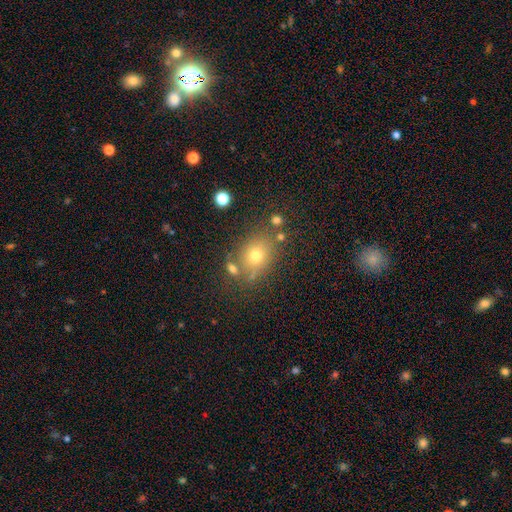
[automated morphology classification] smooth_or_featured: smooth (p=0.68) [alt: star or artifact p=0.17]
how_rounded: in between (p=0.53) [alt: round p=0.46]
merging: none (p=0.68) [alt: minor disturbance p=0.15]